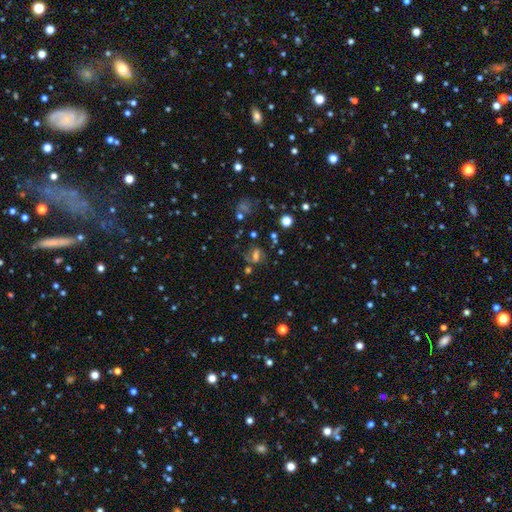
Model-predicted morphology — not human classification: The model was most divided on "smooth or featured": featured or disk: 40%, smooth: 36%, star or artifact: 23%. More confident: merging — none (58%).